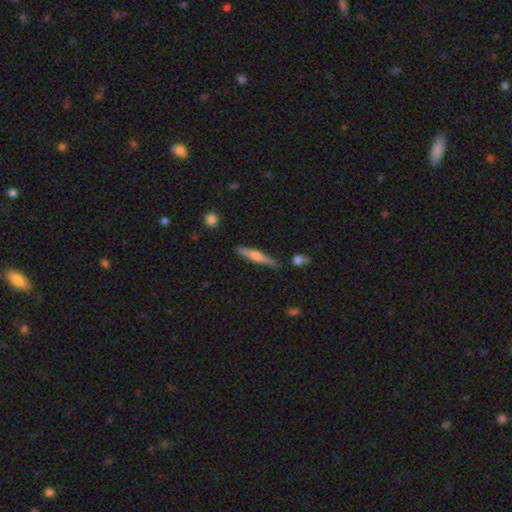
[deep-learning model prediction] Smooth or featured: featured or disk — 56% (smooth — 38%)
Edge-on disk: yes — 96% (no — 4%)
Edge-on bulge: rounded — 77% (boxy — 13%)
Merging: none — 84% (minor disturbance — 10%)